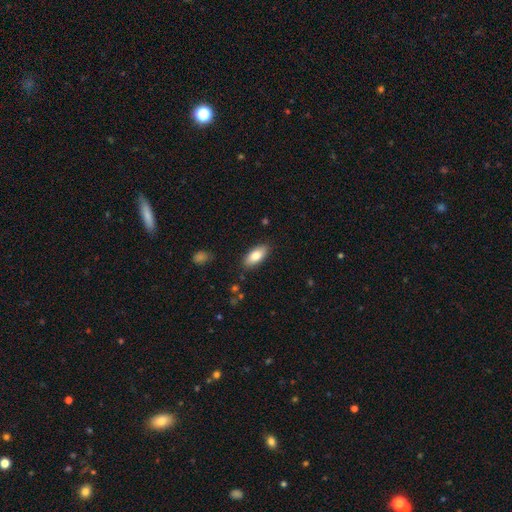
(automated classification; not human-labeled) Morphology: type=smooth (83%); roundness=in between (86%); merging=none (86%).